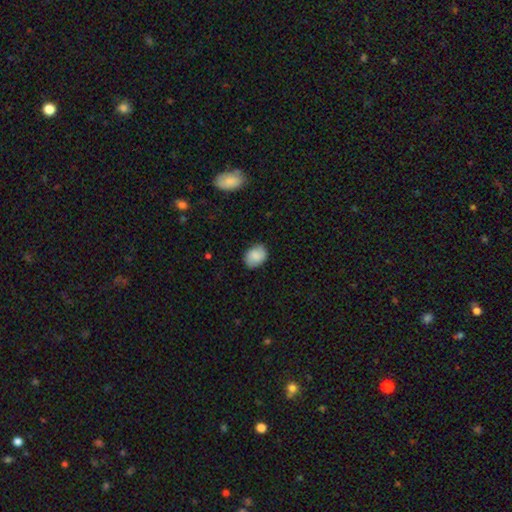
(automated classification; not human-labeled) This is clearly a smooth galaxy (83%). How rounded: likely in between (65%). Merging: clearly none (82%).